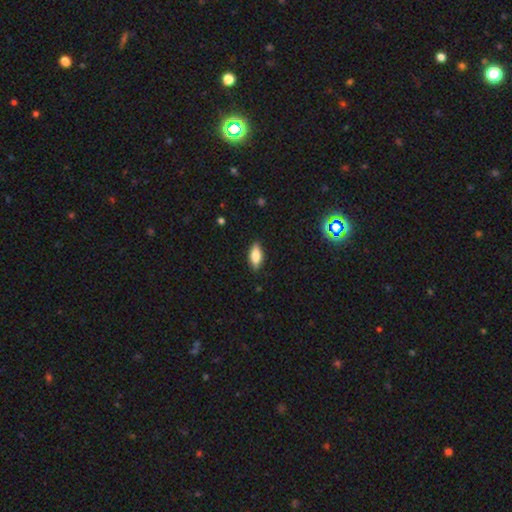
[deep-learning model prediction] A smooth galaxy with no disk features (77%) that is in between round and cigar-shaped (81%).

Vote fractions:
- Smooth or featured? smooth: 77% / featured or disk: 15% / star or artifact: 7%
- How rounded? in between: 81% / cigar-shaped: 16% / round: 3%
- Merging? none: 86% / minor disturbance: 11% / major disturbance: 2% / merger: 1%